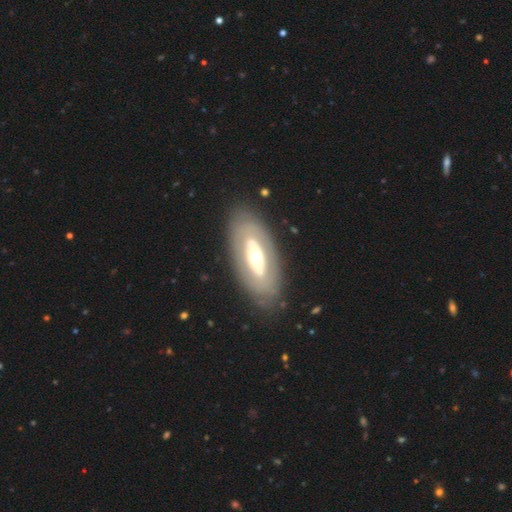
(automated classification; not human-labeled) Q: Smooth or featured?
A: featured or disk (60%); runner-up: smooth (28%)
Q: Edge-on disk?
A: no (76%); runner-up: yes (24%)
Q: Merging?
A: none (87%); runner-up: minor disturbance (8%)